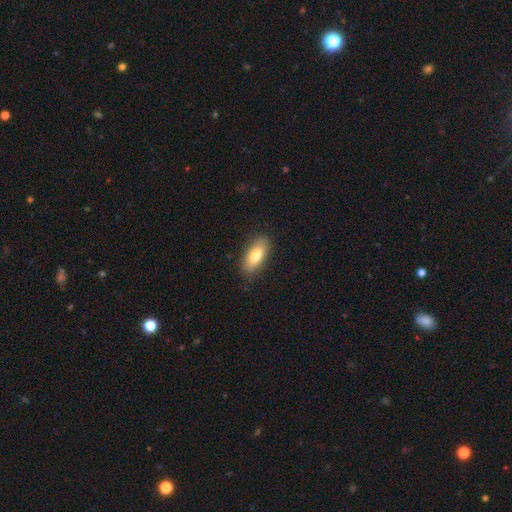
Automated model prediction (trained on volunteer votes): Smooth or featured: smooth — 78% (featured or disk — 16%)
How rounded: in between — 82% (cigar-shaped — 15%)
Merging: none — 86% (minor disturbance — 10%)